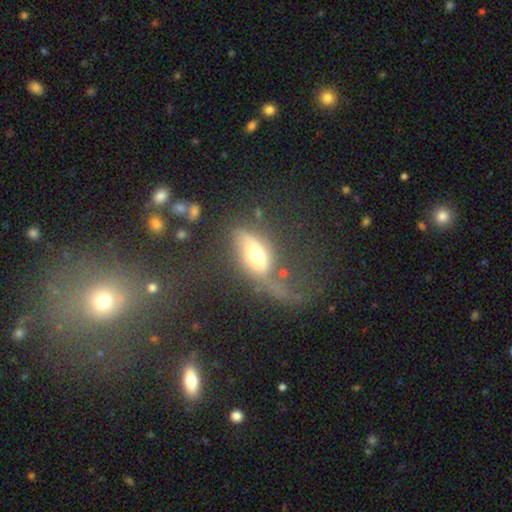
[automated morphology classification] Smooth or featured? smooth (50%)
How rounded? in between (78%)
Merging? major disturbance (46%)